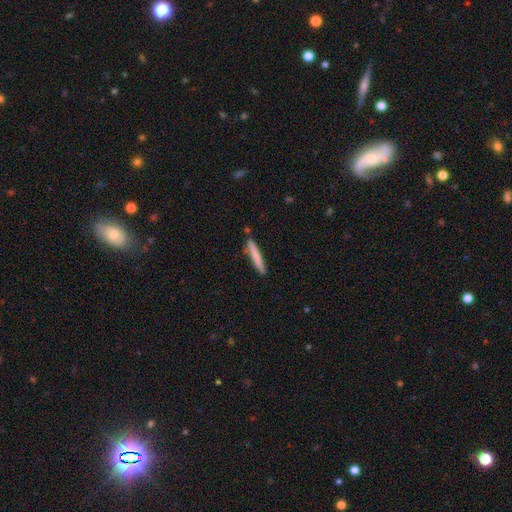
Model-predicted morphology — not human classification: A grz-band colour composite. It shows a smooth galaxy with no disk features (76%) that is cigar-shaped (95%). Merging: none (84%).